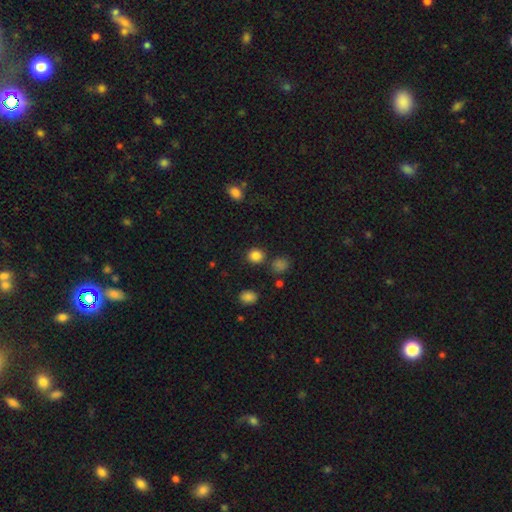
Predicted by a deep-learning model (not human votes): Q: Smooth or featured?
A: smooth (83%); runner-up: star or artifact (12%)
Q: How rounded?
A: round (84%); runner-up: in between (15%)
Q: Merging?
A: none (84%); runner-up: minor disturbance (8%)